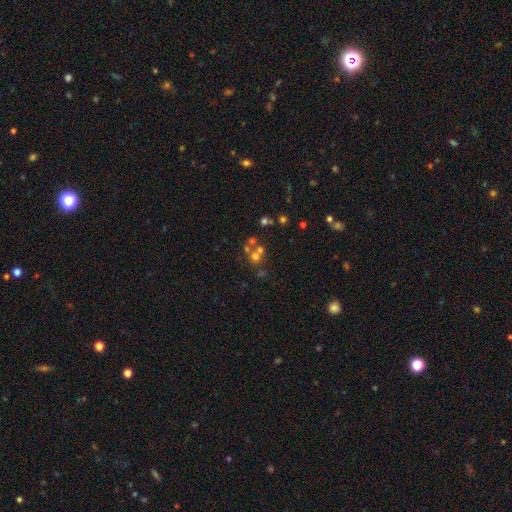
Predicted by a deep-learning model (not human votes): A smooth galaxy with no disk features (49%). Merging: none (45%).